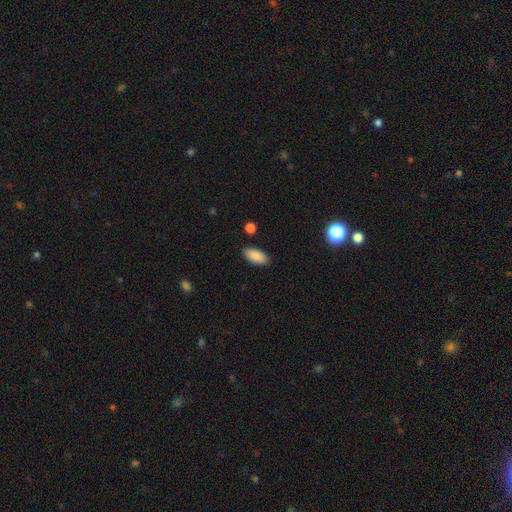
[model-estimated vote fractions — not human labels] Morphology: type=smooth (89%); roundness=in between (90%); merging=none (88%).